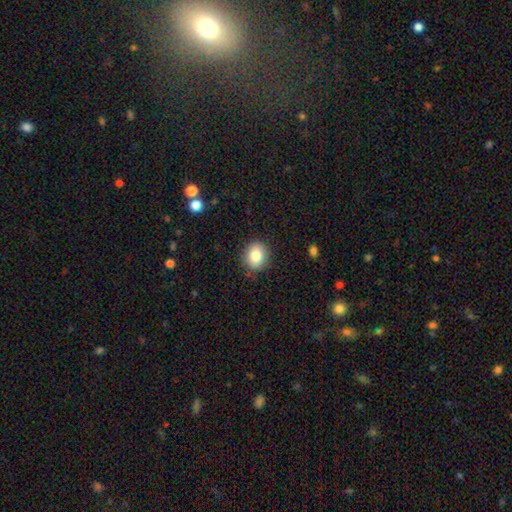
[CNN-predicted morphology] type=smooth (84%); roundness=round (74%); merging=none (88%).